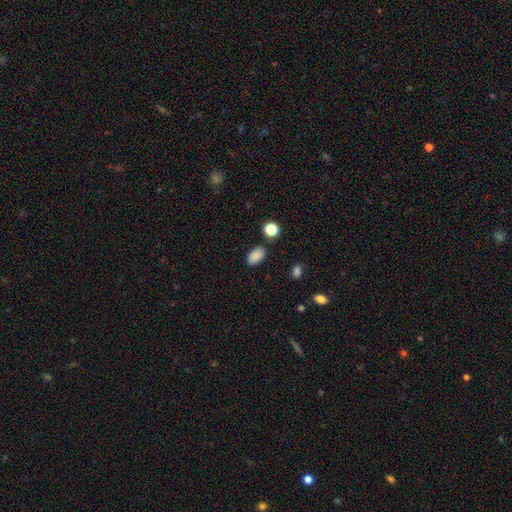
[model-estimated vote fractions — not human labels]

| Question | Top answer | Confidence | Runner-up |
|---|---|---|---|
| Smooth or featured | smooth | 87% | star or artifact (9%) |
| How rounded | in between | 89% | round (10%) |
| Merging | none | 84% | minor disturbance (10%) |